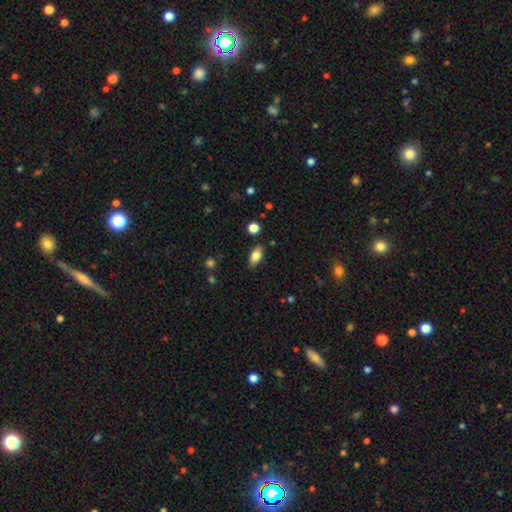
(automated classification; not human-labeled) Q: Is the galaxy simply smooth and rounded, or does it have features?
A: smooth — 80%.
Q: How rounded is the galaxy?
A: in between — 89%.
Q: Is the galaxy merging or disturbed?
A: none — 86%.